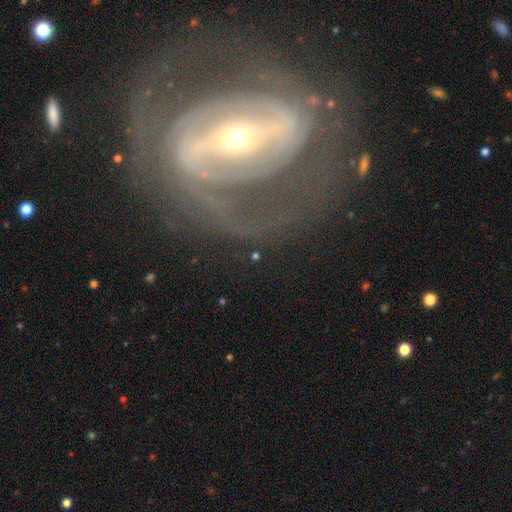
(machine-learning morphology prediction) This appears to be a featured or disk galaxy (46%). Merging: none (75%).